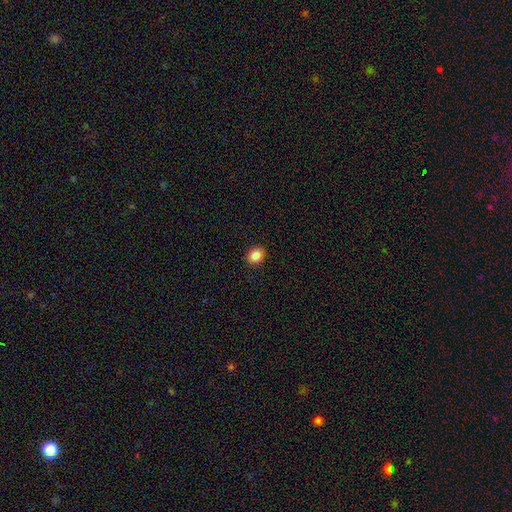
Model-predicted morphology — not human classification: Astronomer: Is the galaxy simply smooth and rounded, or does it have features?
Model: smooth — 88%.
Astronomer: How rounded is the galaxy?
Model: round — 59% (runner-up: in between, 40%).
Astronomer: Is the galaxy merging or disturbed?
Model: none — 90%.